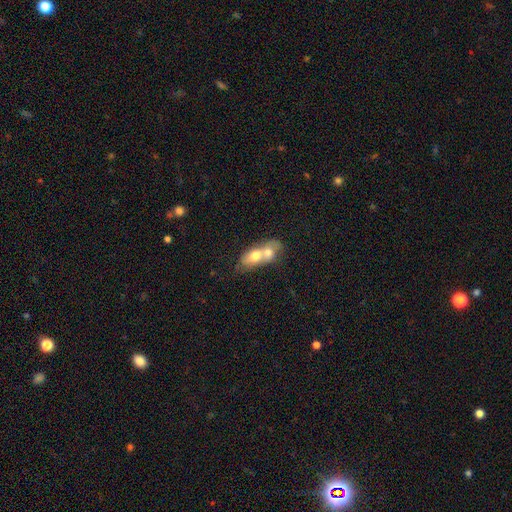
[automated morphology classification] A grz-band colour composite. It shows a smooth galaxy with no disk features (63%) that is in between round and cigar-shaped (71%). Merging: merger (80%).